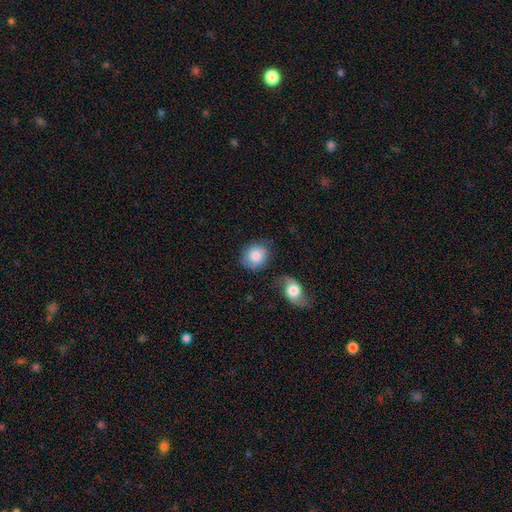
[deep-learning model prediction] Morphology: type=smooth (83%); roundness=round (68%); merging=none (70%).